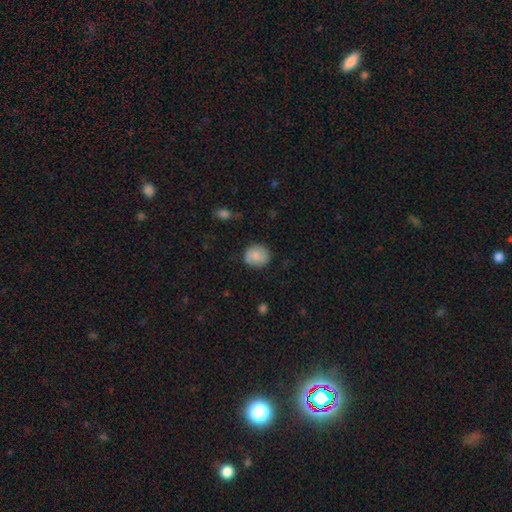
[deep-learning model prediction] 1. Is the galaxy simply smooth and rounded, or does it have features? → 77% smooth, 15% featured or disk, 7% star or artifact.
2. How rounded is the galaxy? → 79% round, 20% in between, 1% cigar-shaped.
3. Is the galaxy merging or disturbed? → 79% none, 16% minor disturbance, 4% major disturbance, 1% merger.